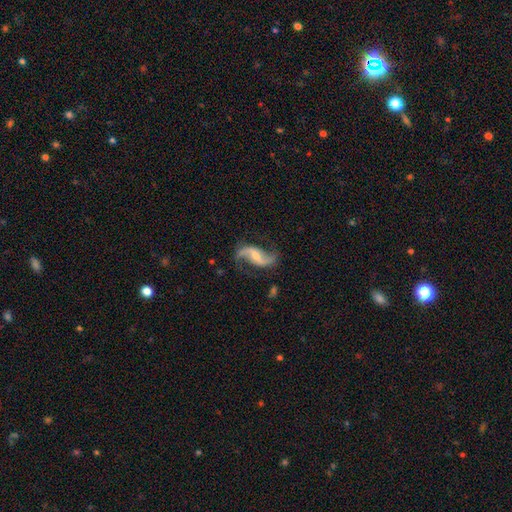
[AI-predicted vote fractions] Smooth or featured: featured or disk — 89% (smooth — 6%)
Edge-on disk: no — 96% (yes — 4%)
Bar: weak — 39% (no — 31%)
Spiral arms: yes — 97% (no — 3%)
Spiral winding: loose — 81% (medium — 16%)
Spiral arm count: 2 — 93% (1 — 2%)
Bulge size: small — 47% (moderate — 43%)
Merging: none — 76% (minor disturbance — 15%)